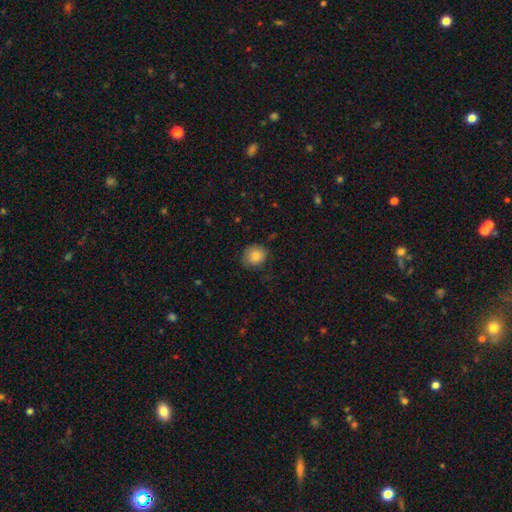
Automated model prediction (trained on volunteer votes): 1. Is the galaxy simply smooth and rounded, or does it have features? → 81% smooth, 11% featured or disk, 8% star or artifact.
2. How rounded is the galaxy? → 75% round, 24% in between, 1% cigar-shaped.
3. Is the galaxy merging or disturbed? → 73% none, 21% minor disturbance, 5% major disturbance, 1% merger.